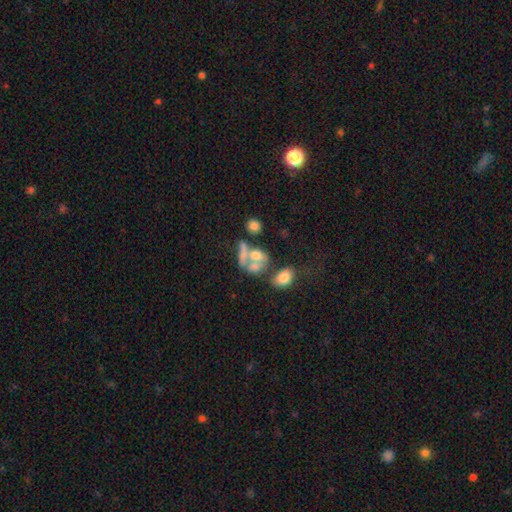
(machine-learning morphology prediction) Q: Smooth or featured?
A: smooth (52%); runner-up: featured or disk (35%)
Q: How rounded?
A: in between (65%); runner-up: round (29%)
Q: Merging?
A: merger (52%); runner-up: none (22%)